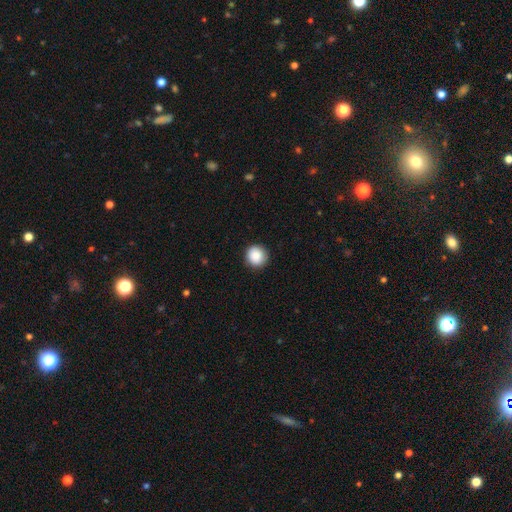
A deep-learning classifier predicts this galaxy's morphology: Overall: smooth (87%). How rounded: round (95%). Merging: none (91%).